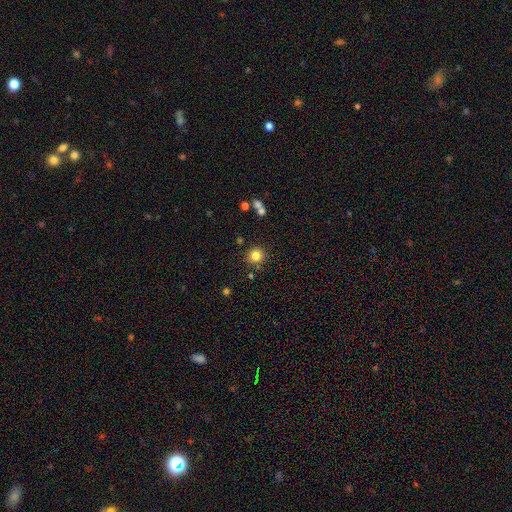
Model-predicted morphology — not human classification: This is clearly a smooth galaxy (82%). How rounded: clearly round (93%). Merging: clearly none (84%).